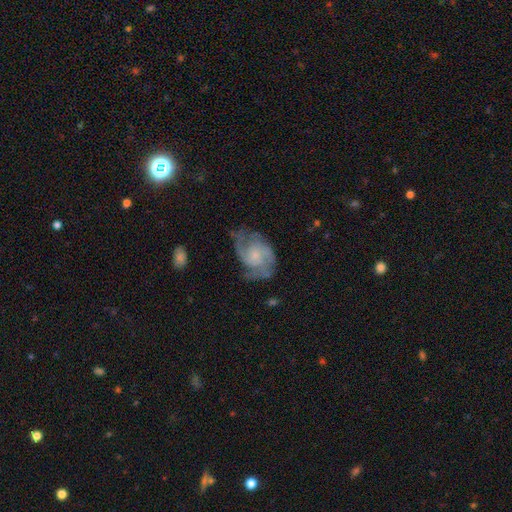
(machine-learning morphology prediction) Q: Smooth or featured?
A: featured or disk (76%); runner-up: smooth (17%)
Q: Edge-on disk?
A: no (97%); runner-up: yes (3%)
Q: Bar?
A: no (67%); runner-up: weak (29%)
Q: Spiral arms?
A: yes (91%); runner-up: no (9%)
Q: Spiral winding?
A: medium (48%); runner-up: tight (32%)
Q: Spiral arm count?
A: 2 (49%); runner-up: can't tell (20%)
Q: Bulge size?
A: small (56%); runner-up: moderate (25%)
Q: Merging?
A: none (55%); runner-up: minor disturbance (26%)